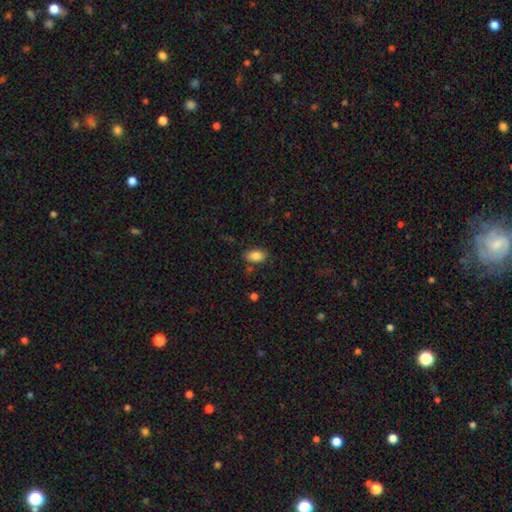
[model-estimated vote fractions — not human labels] The model was most divided on "merging": none: 78%, minor disturbance: 14%, merger: 4%, major disturbance: 4%. More confident: how rounded — in between (90%); smooth or featured — smooth (86%).